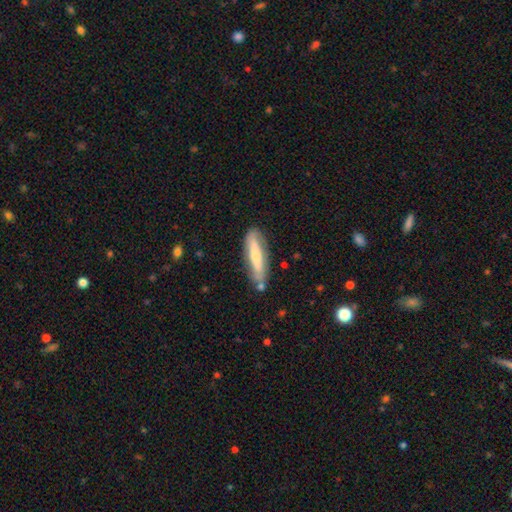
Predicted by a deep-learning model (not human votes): Q: Smooth or featured?
A: smooth (54%); runner-up: featured or disk (40%)
Q: How rounded?
A: cigar-shaped (73%); runner-up: in between (25%)
Q: Merging?
A: none (75%); runner-up: minor disturbance (17%)